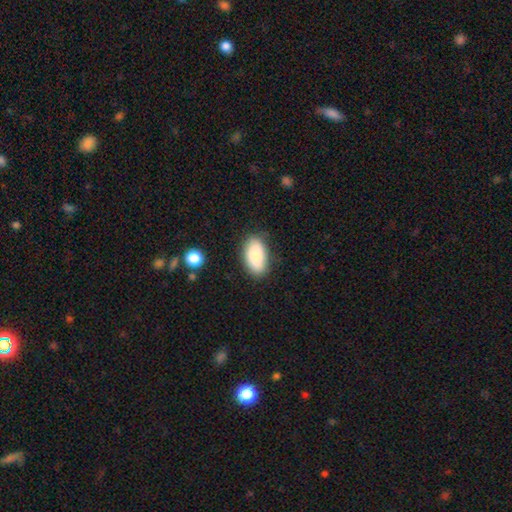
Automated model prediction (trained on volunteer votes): smooth 83%, featured or disk 10%, star or artifact 7%. Down the decision tree: how rounded — in between (94%); merging — none (79%).